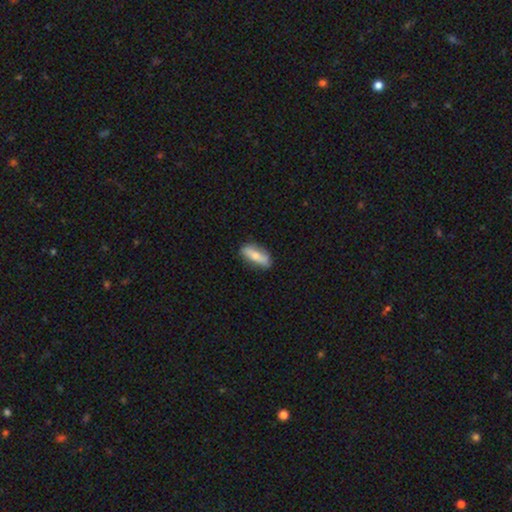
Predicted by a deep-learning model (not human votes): A smooth galaxy with no disk features (68%) that is in between round and cigar-shaped (66%).

Vote fractions:
- Smooth or featured? smooth: 68% / featured or disk: 26% / star or artifact: 6%
- How rounded? in between: 66% / cigar-shaped: 31% / round: 3%
- Merging? none: 77% / minor disturbance: 18% / major disturbance: 3% / merger: 2%